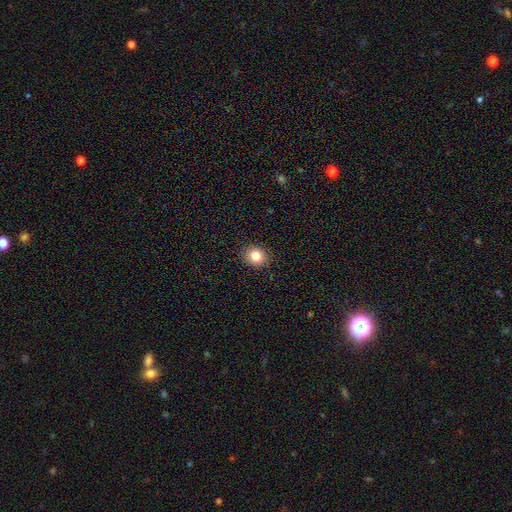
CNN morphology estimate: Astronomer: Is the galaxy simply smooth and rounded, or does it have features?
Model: smooth — 84%.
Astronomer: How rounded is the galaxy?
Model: round — 73%.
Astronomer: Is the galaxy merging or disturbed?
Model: none — 90%.